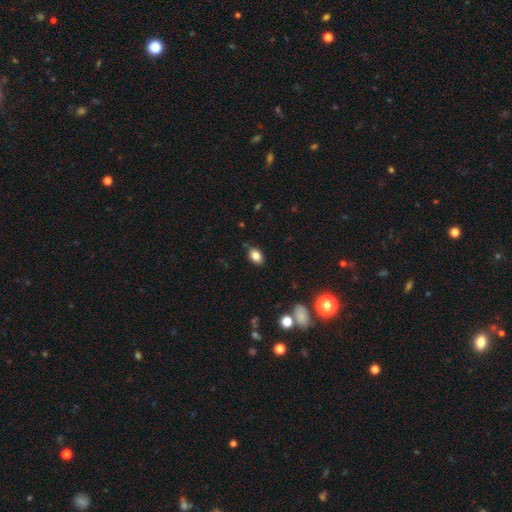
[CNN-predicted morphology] Overall: smooth (82%). How rounded: in between (84%). Merging: none (81%).